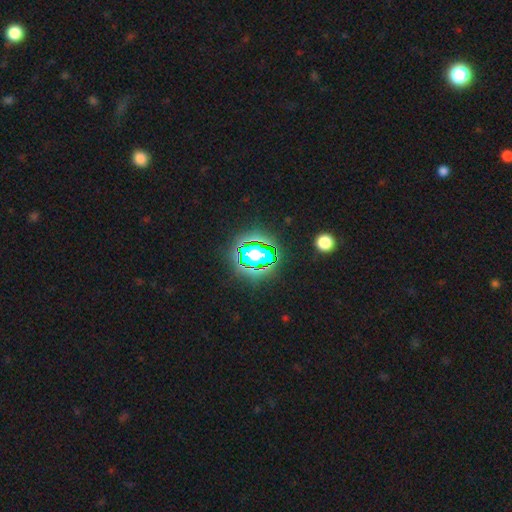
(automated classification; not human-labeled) This appears to be a star or artifact, not a galaxy (81%).